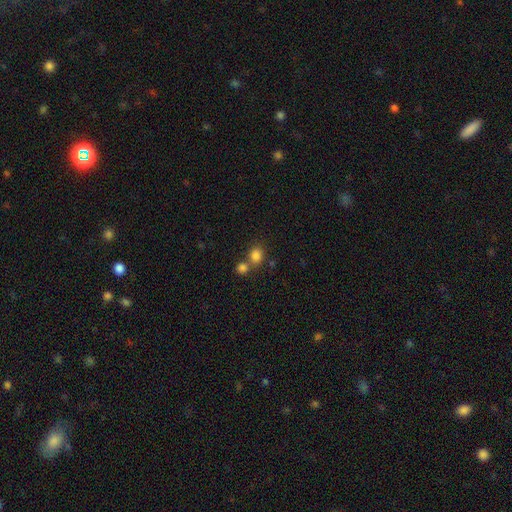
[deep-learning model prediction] A smooth galaxy with no disk features (82%) that is round (73%).

Vote fractions:
- Smooth or featured? smooth: 82% / star or artifact: 12% / featured or disk: 6%
- How rounded? round: 73% / in between: 26% / cigar-shaped: 1%
- Merging? none: 53% / merger: 36% / minor disturbance: 8% / major disturbance: 3%